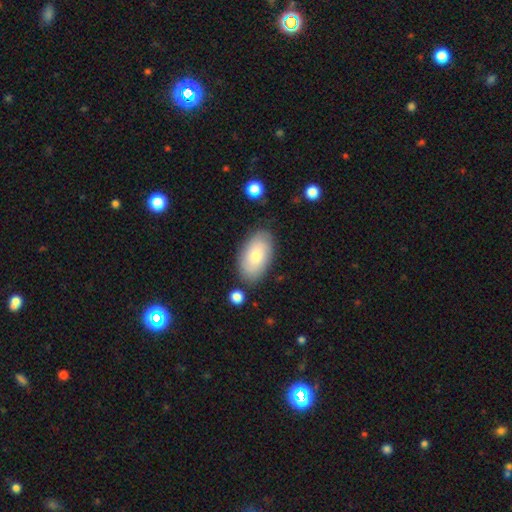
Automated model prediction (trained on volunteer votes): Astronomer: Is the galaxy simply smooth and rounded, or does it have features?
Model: smooth — 71%.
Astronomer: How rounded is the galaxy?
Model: in between — 94%.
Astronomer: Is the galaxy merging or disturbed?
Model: none — 79%.